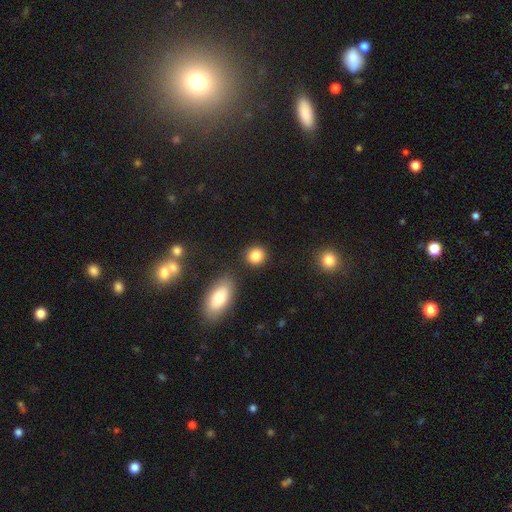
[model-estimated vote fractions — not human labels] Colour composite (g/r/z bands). It shows a smooth galaxy with no disk features (85%) that is round (80%). Merging: none (85%).